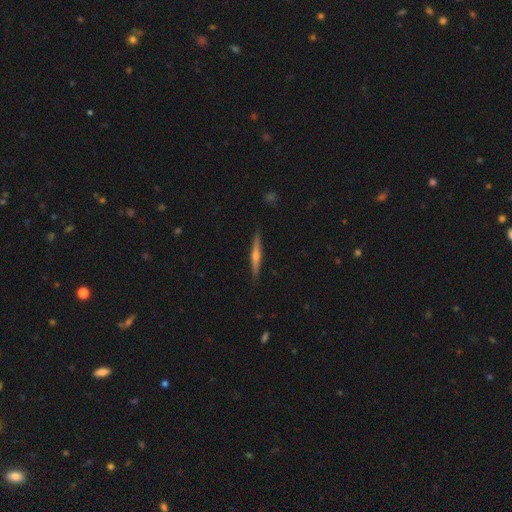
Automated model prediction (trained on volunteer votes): A featured or disk galaxy (71%) viewed edge-on (98%) with a rounded central bulge (86%). Merging: none (91%).